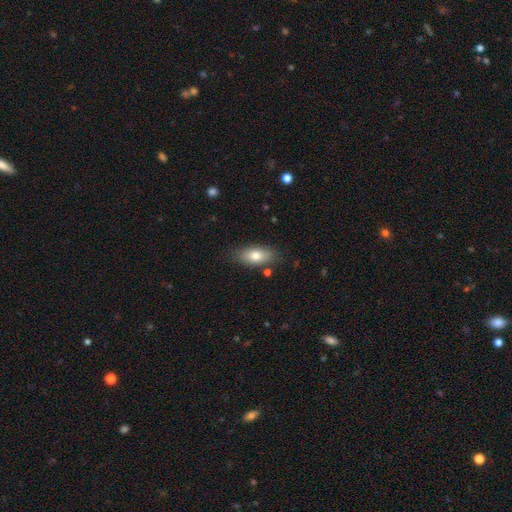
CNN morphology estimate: smooth 77%, featured or disk 16%, star or artifact 7%. Down the decision tree: how rounded — in between (86%); merging — none (81%).